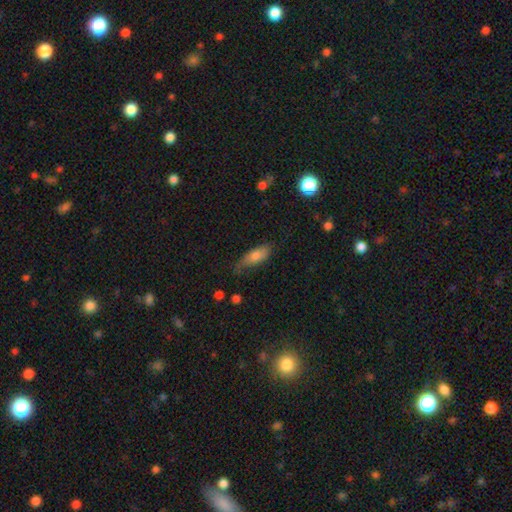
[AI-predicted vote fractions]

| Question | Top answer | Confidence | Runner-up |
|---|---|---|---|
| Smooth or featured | smooth | 69% | featured or disk (24%) |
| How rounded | in between | 68% | cigar-shaped (30%) |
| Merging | none | 61% | minor disturbance (30%) |